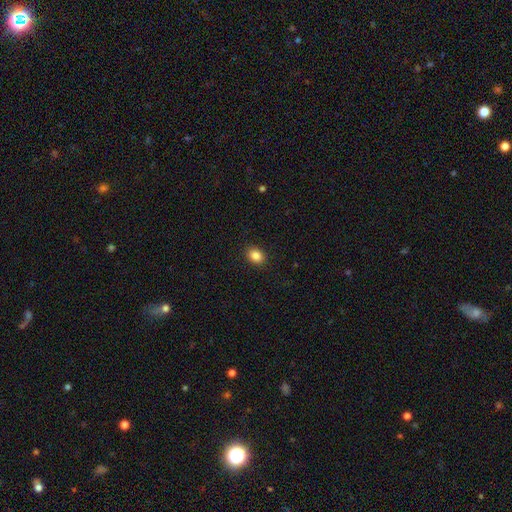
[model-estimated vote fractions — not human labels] smooth_or_featured: smooth (p=0.87) [alt: star or artifact p=0.09]
how_rounded: in between (p=0.67) [alt: round p=0.32]
merging: none (p=0.90) [alt: minor disturbance p=0.07]